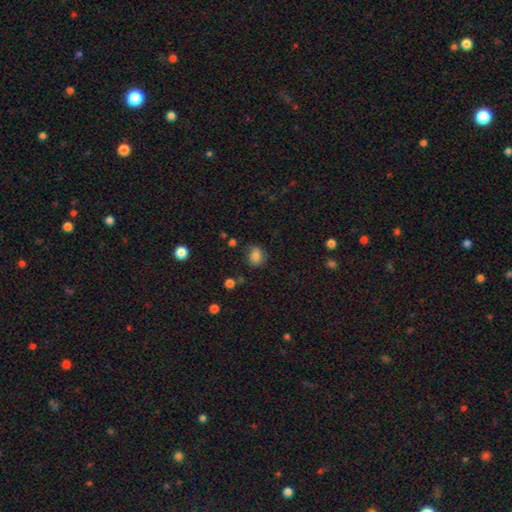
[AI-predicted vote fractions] Q: Smooth or featured?
A: smooth (80%); runner-up: star or artifact (11%)
Q: How rounded?
A: in between (52%); runner-up: round (46%)
Q: Merging?
A: none (77%); runner-up: minor disturbance (16%)